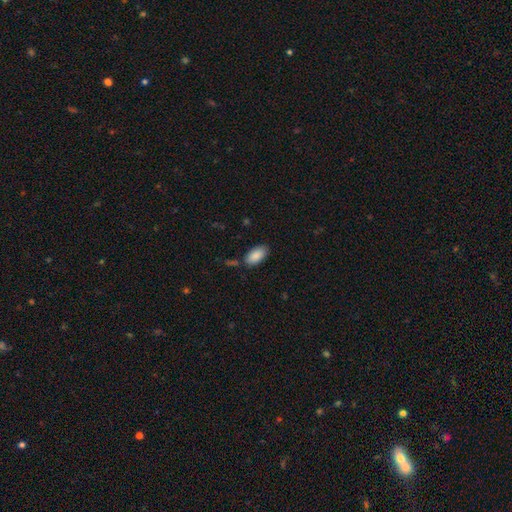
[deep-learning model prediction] Morphology: type=smooth (89%); roundness=in between (94%); merging=none (80%).